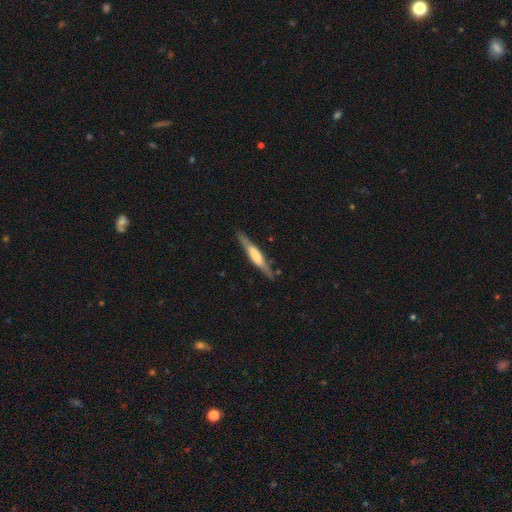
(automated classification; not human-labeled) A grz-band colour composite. It shows a featured or disk galaxy (59%) viewed edge-on (94%) with a boxy central bulge (53%). Merging: none (84%).